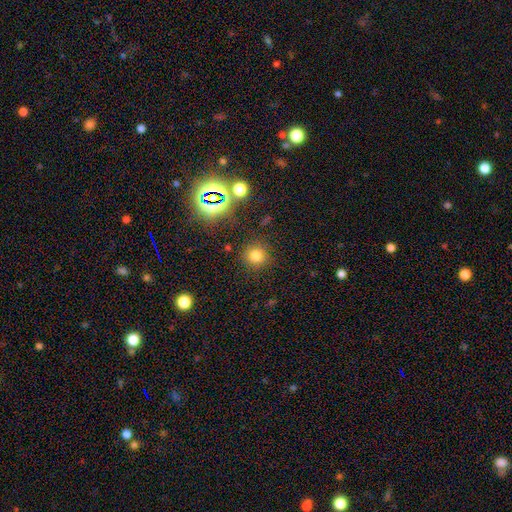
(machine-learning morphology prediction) This is likely a smooth galaxy (73%). How rounded: clearly round (92%). Merging: clearly none (86%).